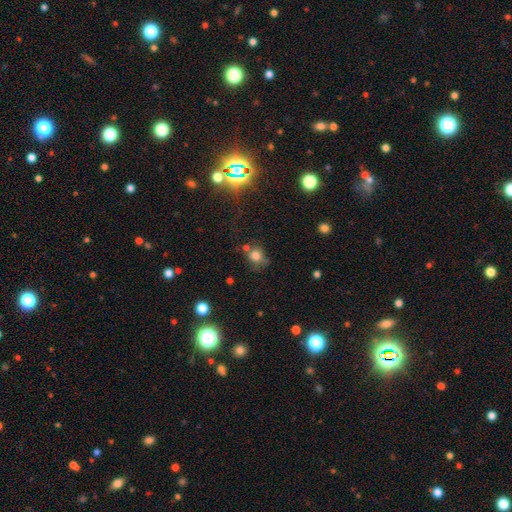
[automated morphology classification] A smooth galaxy with no disk features (74%) that is round (77%).

Vote fractions:
- Smooth or featured? smooth: 74% / star or artifact: 16% / featured or disk: 10%
- How rounded? round: 77% / in between: 22% / cigar-shaped: 1%
- Merging? none: 59% / minor disturbance: 19% / merger: 14% / major disturbance: 8%